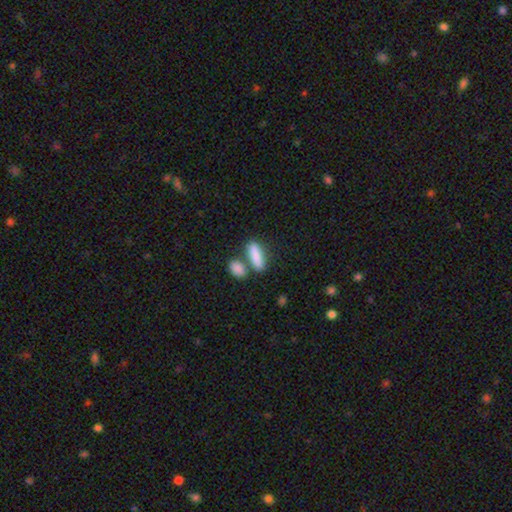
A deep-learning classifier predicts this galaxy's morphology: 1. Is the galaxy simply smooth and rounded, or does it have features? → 85% smooth, 9% featured or disk, 6% star or artifact.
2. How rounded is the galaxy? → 56% in between, 40% cigar-shaped, 4% round.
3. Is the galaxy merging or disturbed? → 54% none, 31% merger, 11% minor disturbance, 4% major disturbance.